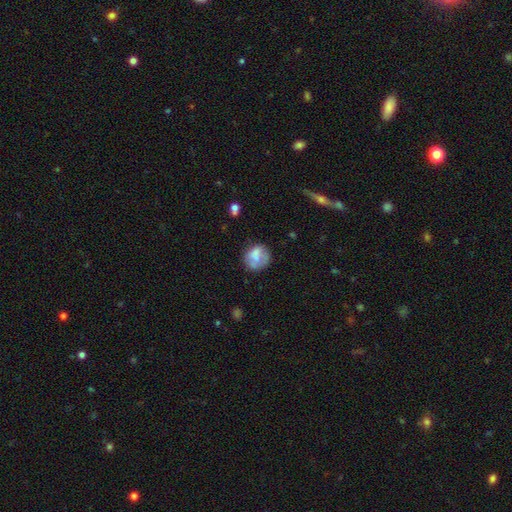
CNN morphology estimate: A smooth galaxy with no disk features (63%) that is round (77%). Merging: none (57%).